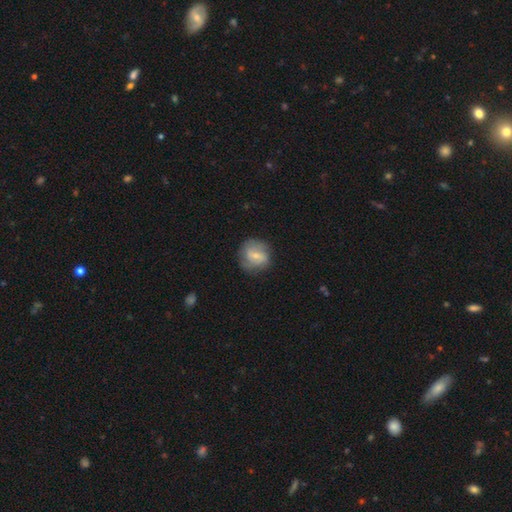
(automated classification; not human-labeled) This is possibly a featured or disk galaxy (49%). Merging: likely none (74%).